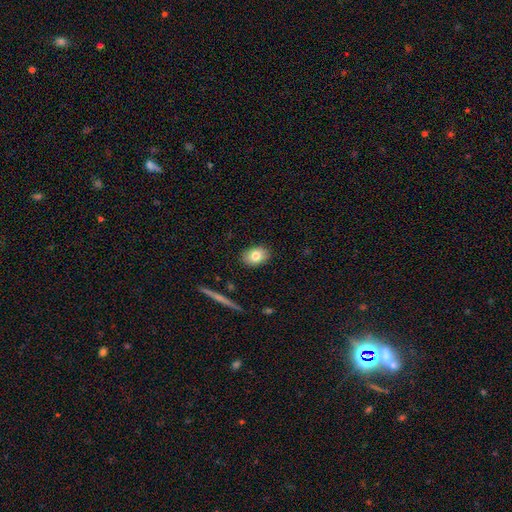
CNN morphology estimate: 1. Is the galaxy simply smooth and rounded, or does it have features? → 78% smooth, 13% featured or disk, 8% star or artifact.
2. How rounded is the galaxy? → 77% in between, 22% round, 2% cigar-shaped.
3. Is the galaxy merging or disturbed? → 88% none, 8% minor disturbance, 2% major disturbance, 1% merger.